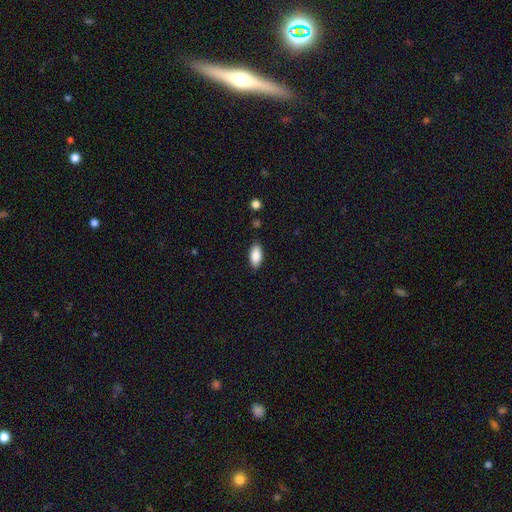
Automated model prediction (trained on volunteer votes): A smooth galaxy with no disk features (87%) that is in between round and cigar-shaped (90%).

Vote fractions:
- Smooth or featured? smooth: 87% / star or artifact: 7% / featured or disk: 6%
- How rounded? in between: 90% / cigar-shaped: 8% / round: 2%
- Merging? none: 87% / minor disturbance: 10% / major disturbance: 2% / merger: 1%